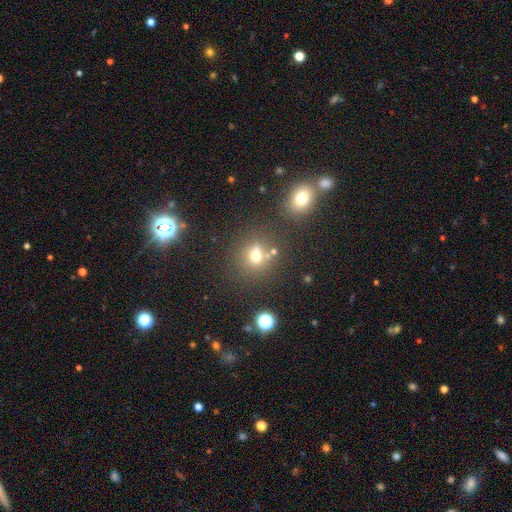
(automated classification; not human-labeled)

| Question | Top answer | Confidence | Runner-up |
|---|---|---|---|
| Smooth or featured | smooth | 64% | star or artifact (22%) |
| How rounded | round | 81% | in between (18%) |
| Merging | none | 66% | merger (16%) |